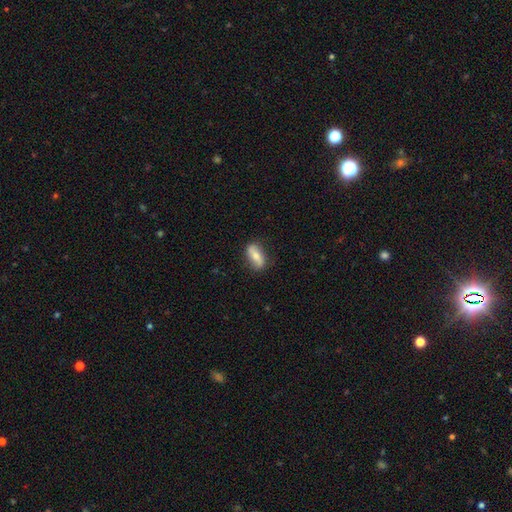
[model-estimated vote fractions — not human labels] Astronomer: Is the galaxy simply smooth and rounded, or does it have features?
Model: smooth — 56% (runner-up: featured or disk, 38%).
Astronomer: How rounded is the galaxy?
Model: in between — 75%.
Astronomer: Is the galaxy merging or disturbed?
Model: none — 81%.